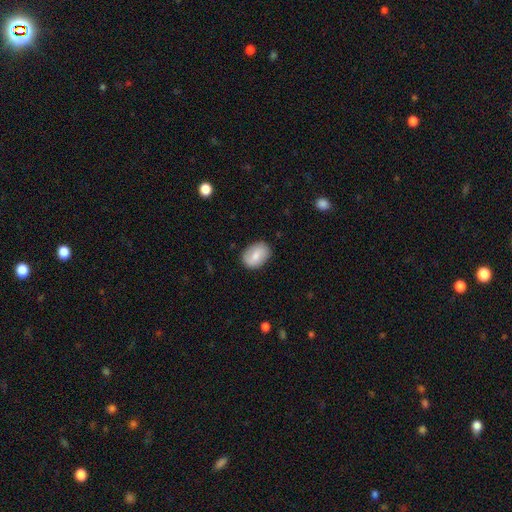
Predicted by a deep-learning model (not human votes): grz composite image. It shows a smooth galaxy with no disk features (67%) that is in between round and cigar-shaped (76%). Merging: none (83%).